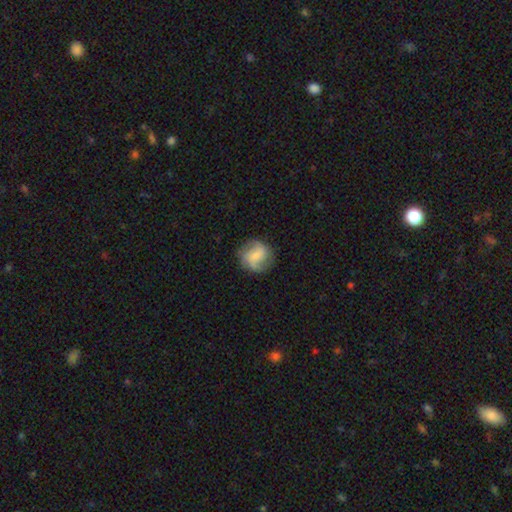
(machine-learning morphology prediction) Smooth or featured?
  - featured or disk: 51% *
  - smooth: 41%
  - star or artifact: 8%
Edge-on disk?
  - no: 97% *
  - yes: 3%
Merging?
  - none: 77% *
  - minor disturbance: 15%
  - major disturbance: 6%
  - merger: 1%